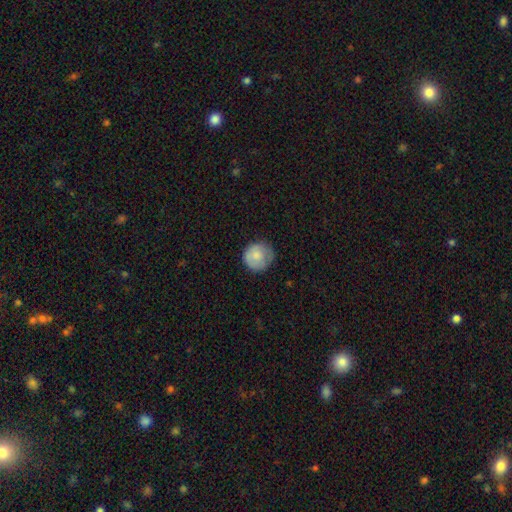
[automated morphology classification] Q: Smooth or featured?
A: smooth (79%); runner-up: featured or disk (14%)
Q: How rounded?
A: round (91%); runner-up: in between (8%)
Q: Merging?
A: none (75%); runner-up: minor disturbance (19%)